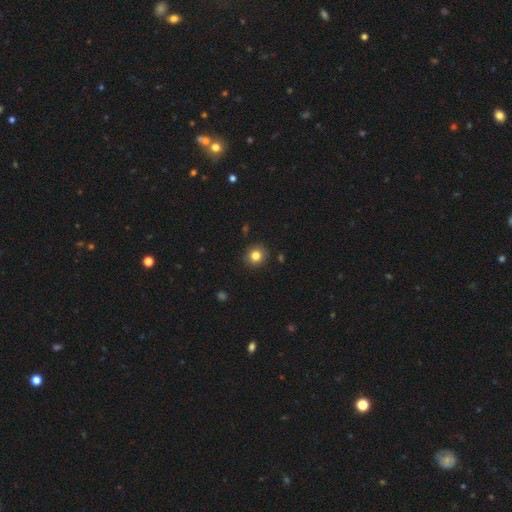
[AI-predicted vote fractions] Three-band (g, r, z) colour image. It shows a smooth galaxy with no disk features (82%) that is round (88%). Merging: none (90%).